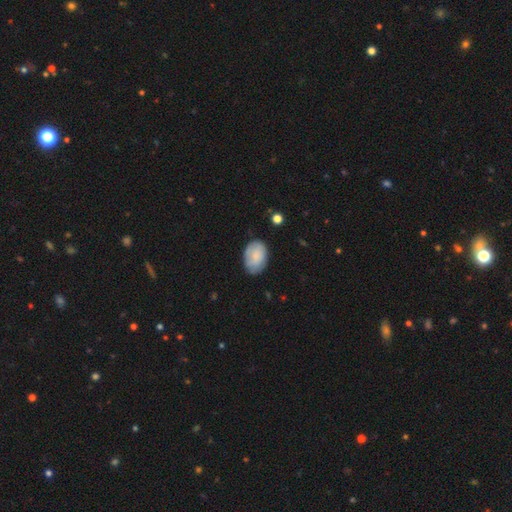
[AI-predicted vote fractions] Smooth or featured?
  - smooth: 76% *
  - featured or disk: 18%
  - star or artifact: 7%
How rounded?
  - in between: 86% *
  - round: 13%
  - cigar-shaped: 1%
Merging?
  - none: 75% *
  - minor disturbance: 19%
  - major disturbance: 4%
  - merger: 2%